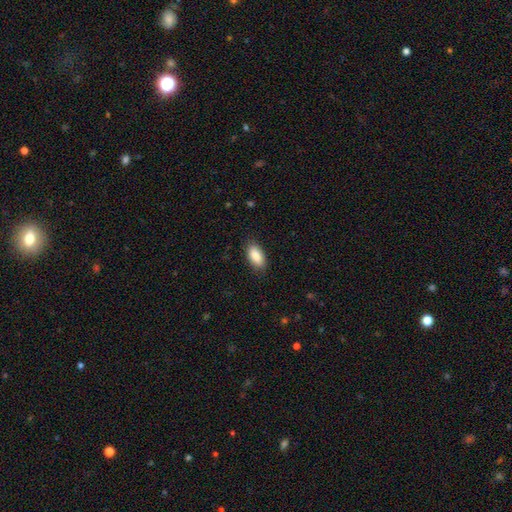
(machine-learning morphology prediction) The model was most divided on "merging": none: 86%, minor disturbance: 11%, major disturbance: 2%, merger: 1%. More confident: how rounded — in between (92%); smooth or featured — smooth (88%).